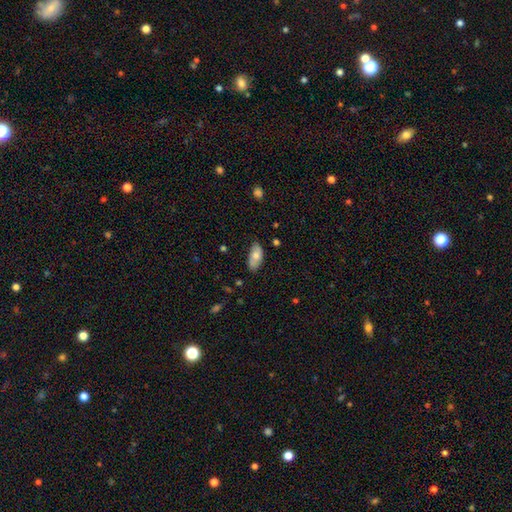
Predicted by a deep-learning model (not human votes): A smooth galaxy with no disk features (74%) that is in between round and cigar-shaped (91%). Merging: none (74%).